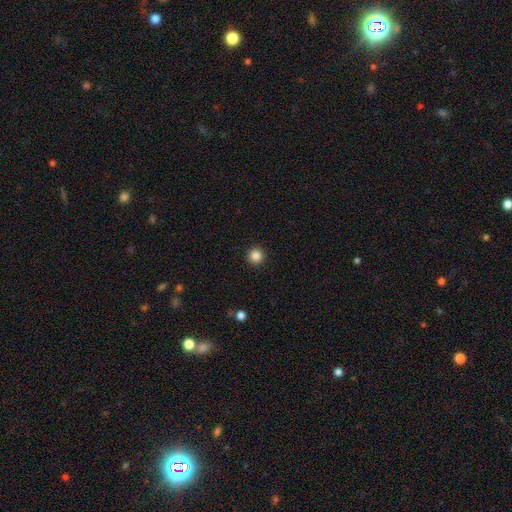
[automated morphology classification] Smooth or featured: smooth — 85% (star or artifact — 11%)
How rounded: round — 96% (in between — 3%)
Merging: none — 93% (minor disturbance — 4%)